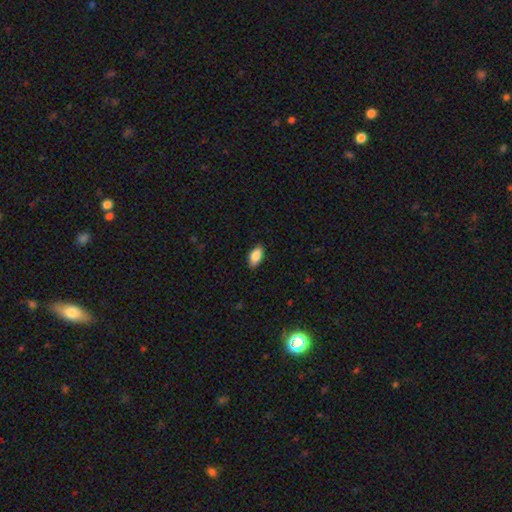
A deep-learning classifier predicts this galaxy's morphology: Smooth or featured: smooth — 85% (featured or disk — 8%)
How rounded: in between — 92% (cigar-shaped — 5%)
Merging: none — 86% (minor disturbance — 11%)